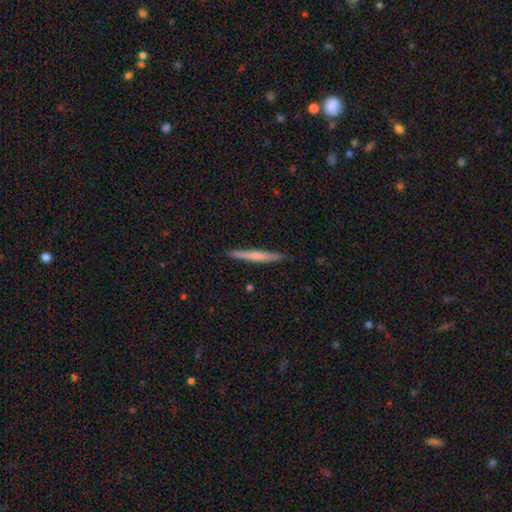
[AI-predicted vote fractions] Smooth or featured?
  - smooth: 49% *
  - featured or disk: 45%
  - star or artifact: 6%
Merging?
  - none: 91% *
  - minor disturbance: 7%
  - major disturbance: 1%
  - merger: 1%